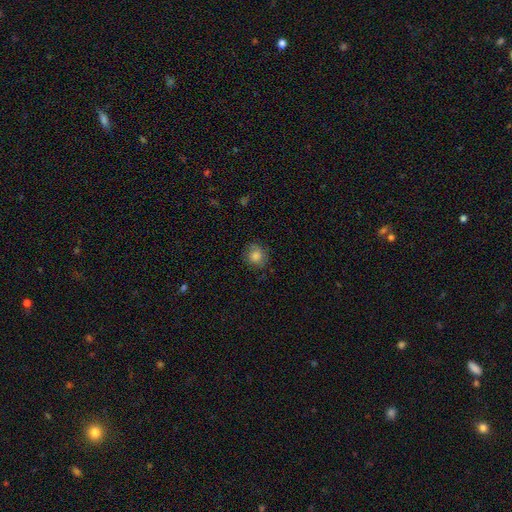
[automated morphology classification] smooth_or_featured: smooth (p=0.80) [alt: star or artifact p=0.10]
how_rounded: round (p=0.81) [alt: in between p=0.18]
merging: none (p=0.77) [alt: minor disturbance p=0.17]